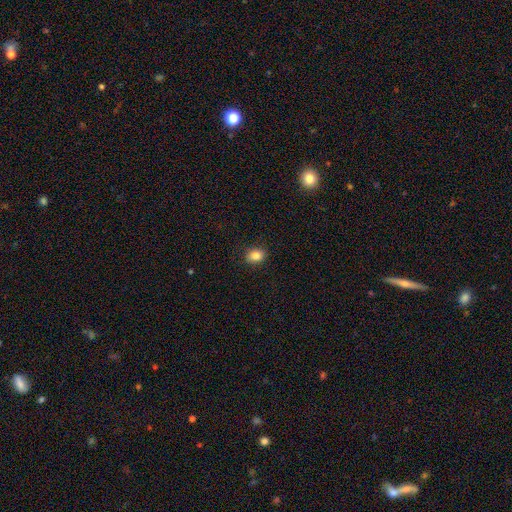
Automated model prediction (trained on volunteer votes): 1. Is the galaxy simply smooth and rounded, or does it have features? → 85% smooth, 10% star or artifact, 5% featured or disk.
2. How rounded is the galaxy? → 56% round, 43% in between, 1% cigar-shaped.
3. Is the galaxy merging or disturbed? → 89% none, 8% minor disturbance, 2% major disturbance, 1% merger.